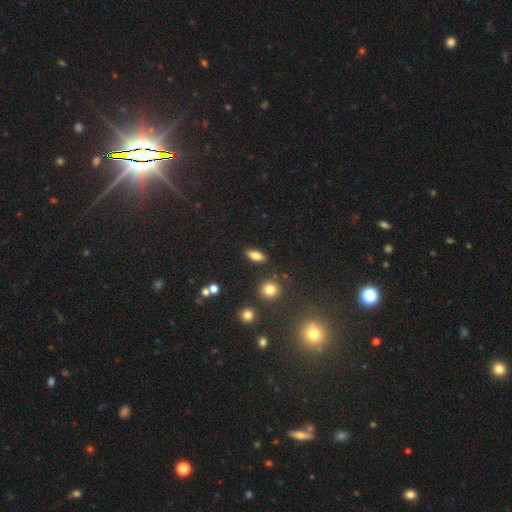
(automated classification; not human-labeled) Smooth or featured? smooth (77%)
How rounded? in between (76%)
Merging? none (85%)